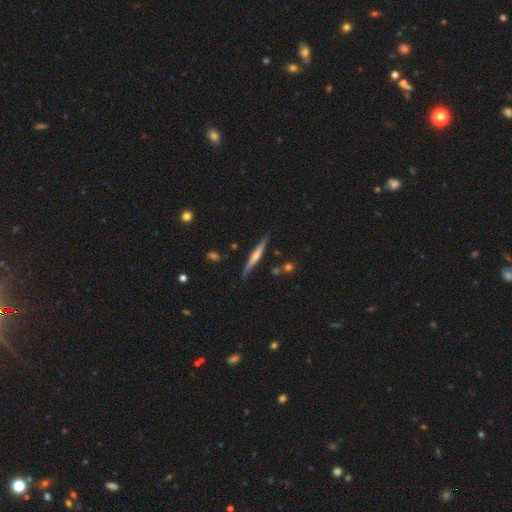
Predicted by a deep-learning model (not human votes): This is likely a featured or disk galaxy (73%). It is clearly viewed edge-on (98%). Edge-on bulge: likely rounded (78%). Merging: clearly none (88%).